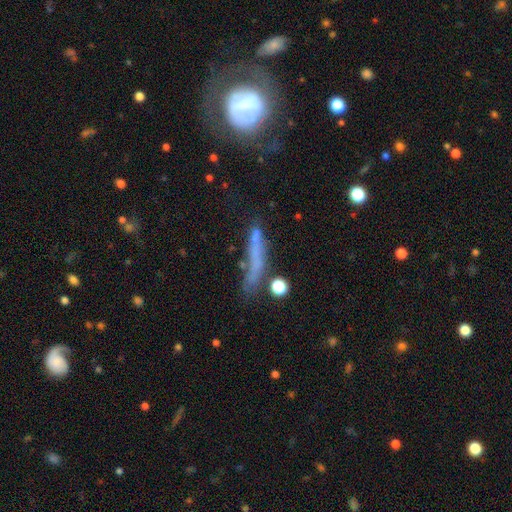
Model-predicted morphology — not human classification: Overall: smooth (50%; featured or disk 36%). Merging: none (48%; minor disturbance 25%).